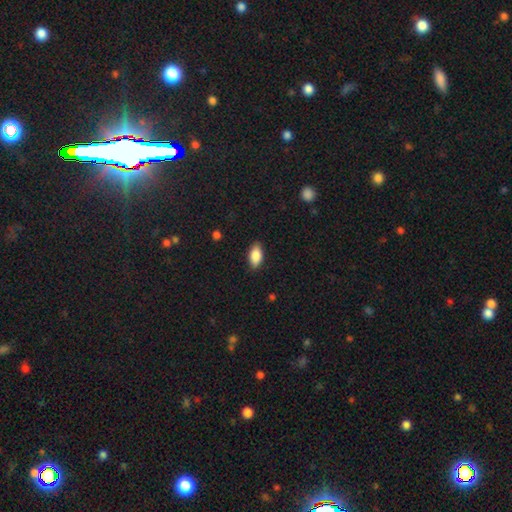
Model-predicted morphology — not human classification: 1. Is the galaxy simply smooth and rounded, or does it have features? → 82% smooth, 11% featured or disk, 7% star or artifact.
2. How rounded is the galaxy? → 89% in between, 7% cigar-shaped, 4% round.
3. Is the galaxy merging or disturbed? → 86% none, 11% minor disturbance, 2% major disturbance, 1% merger.